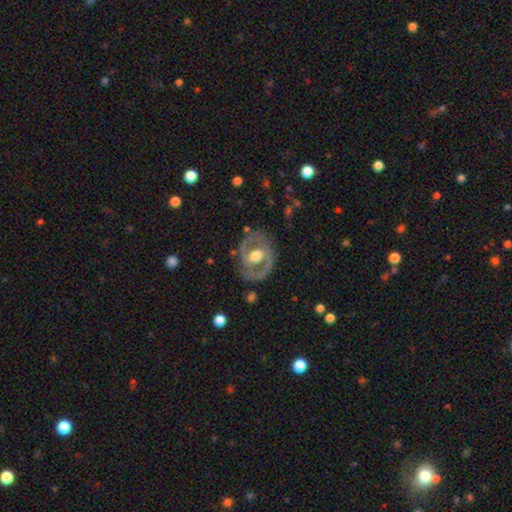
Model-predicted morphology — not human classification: type=featured or disk (75%); edge-on=no (96%); bar=no (42%); spiral arms=yes (64%); bulge=moderate (65%); merging=none (76%).